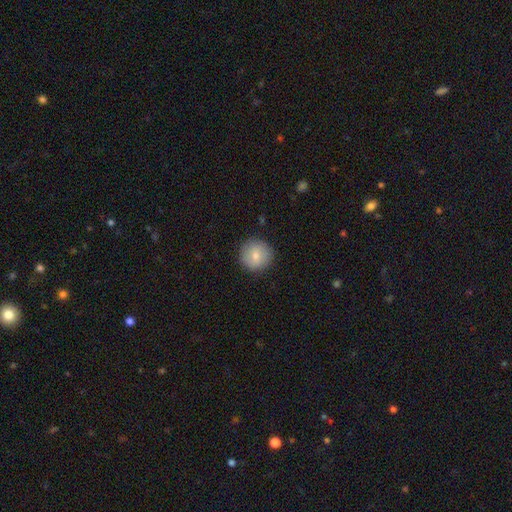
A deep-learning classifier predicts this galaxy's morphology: This appears to be a smooth galaxy with no disk features (77%) that is round (94%). Merging: none (88%).